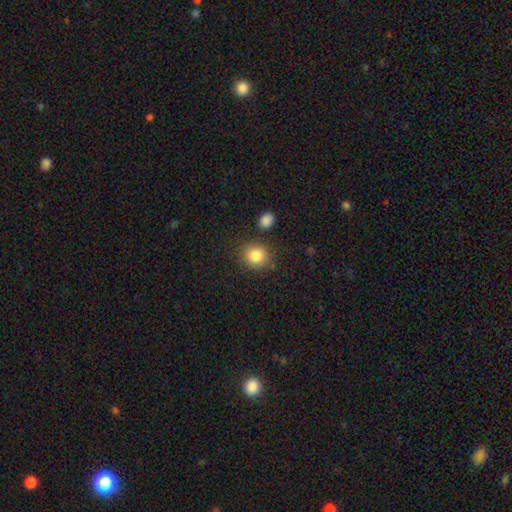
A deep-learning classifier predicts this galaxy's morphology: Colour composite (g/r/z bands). It shows a smooth galaxy with no disk features (84%) that is round (80%). Merging: none (82%).